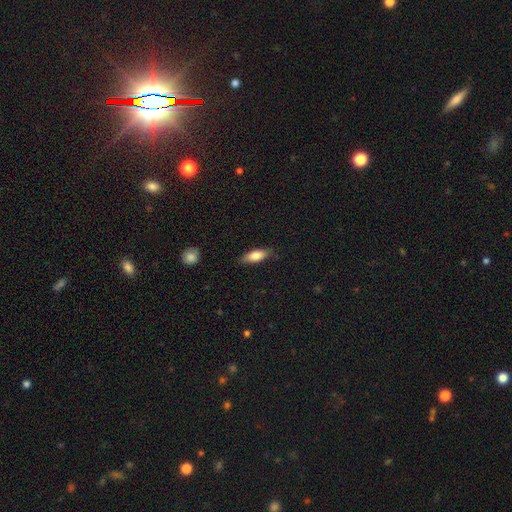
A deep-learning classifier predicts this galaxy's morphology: Smooth or featured?
  - smooth: 80% *
  - featured or disk: 13%
  - star or artifact: 6%
How rounded?
  - in between: 71% *
  - cigar-shaped: 27%
  - round: 2%
Merging?
  - none: 77% *
  - minor disturbance: 18%
  - major disturbance: 3%
  - merger: 1%